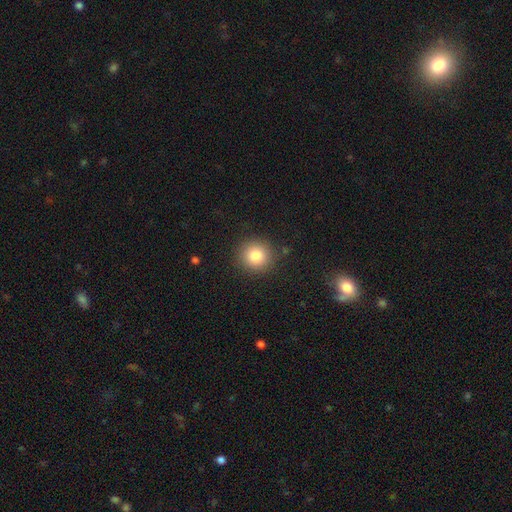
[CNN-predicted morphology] Smooth or featured: smooth — 83% (star or artifact — 10%)
How rounded: round — 91% (in between — 9%)
Merging: none — 89% (minor disturbance — 7%)